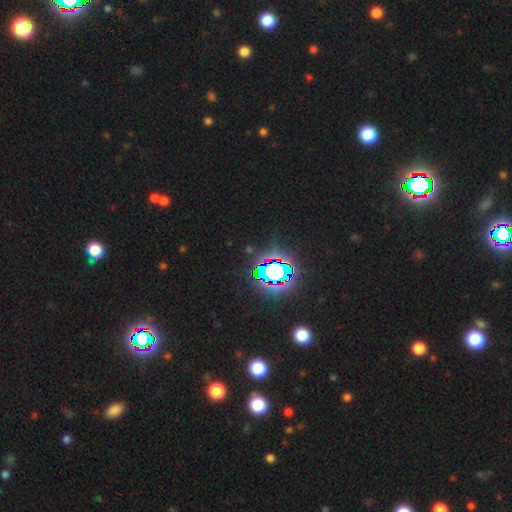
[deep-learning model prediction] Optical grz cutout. It shows a star or artifact, not a galaxy (82%).